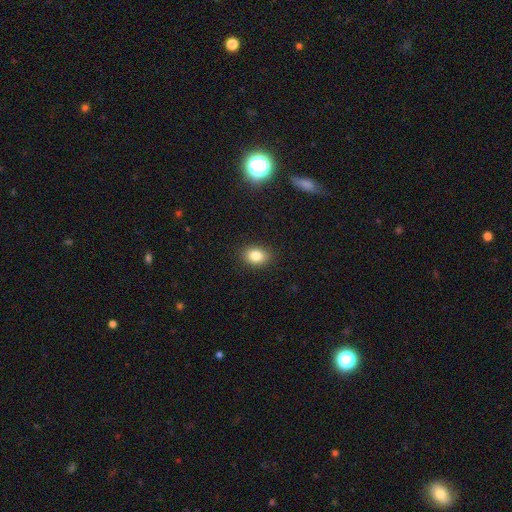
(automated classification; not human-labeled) A smooth galaxy with no disk features (83%) that is in between round and cigar-shaped (68%).

Vote fractions:
- Smooth or featured? smooth: 83% / star or artifact: 10% / featured or disk: 7%
- How rounded? in between: 68% / round: 30% / cigar-shaped: 1%
- Merging? none: 88% / minor disturbance: 9% / major disturbance: 2% / merger: 1%